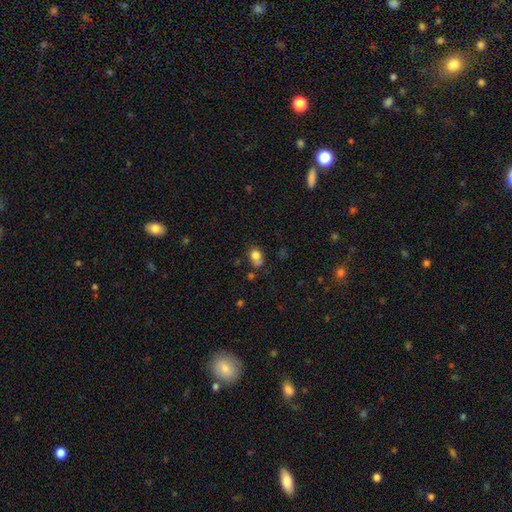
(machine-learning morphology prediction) smooth_or_featured: smooth (p=0.79) [alt: star or artifact p=0.11]
how_rounded: in between (p=0.55) [alt: round p=0.43]
merging: none (p=0.52) [alt: minor disturbance p=0.25]